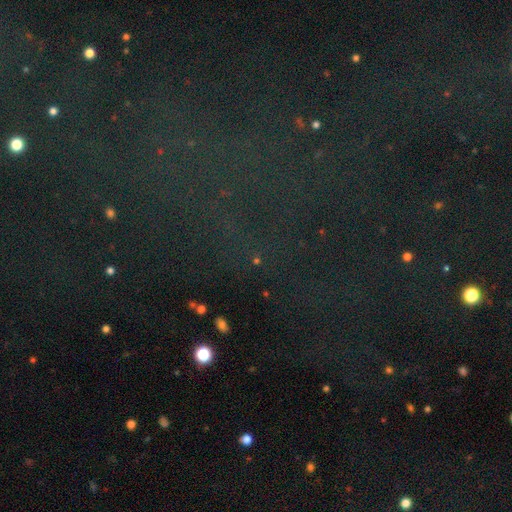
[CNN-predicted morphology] This appears to be a star or artifact, not a galaxy (78%).